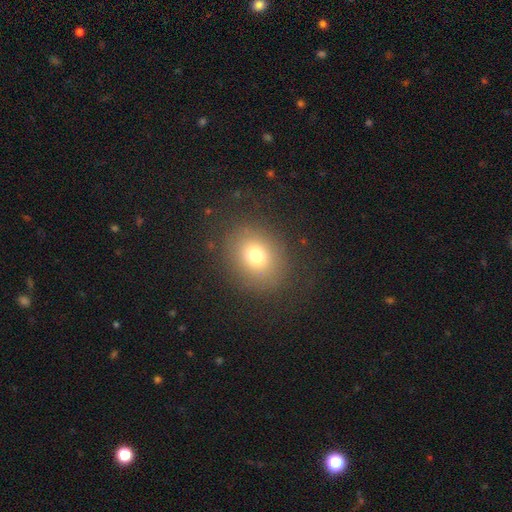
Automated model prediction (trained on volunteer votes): smooth-or-featured: smooth: 74% | star or artifact: 15% | featured or disk: 11%
  how-rounded: round: 63% | in between: 36% | cigar-shaped: 1%
  merging: none: 83% | minor disturbance: 10% | major disturbance: 6% | merger: 1%